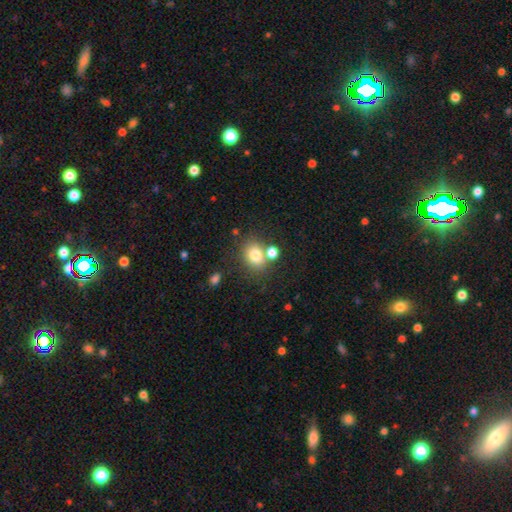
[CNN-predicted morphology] Smooth or featured: smooth — 78% (star or artifact — 12%)
How rounded: round — 58% (in between — 41%)
Merging: none — 63% (merger — 22%)